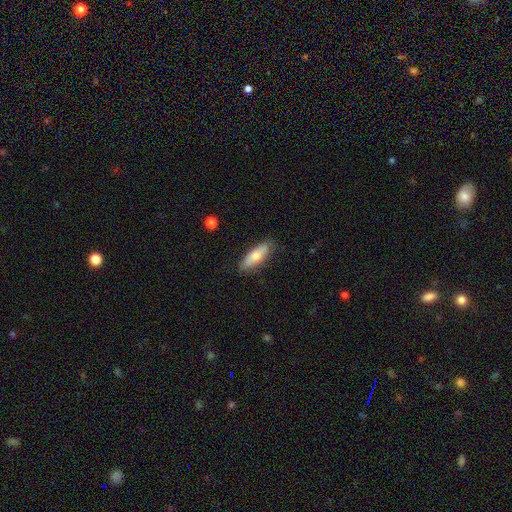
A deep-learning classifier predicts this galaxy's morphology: Overall: smooth (71%). How rounded: in between (58%; cigar-shaped 40%). Merging: none (82%).